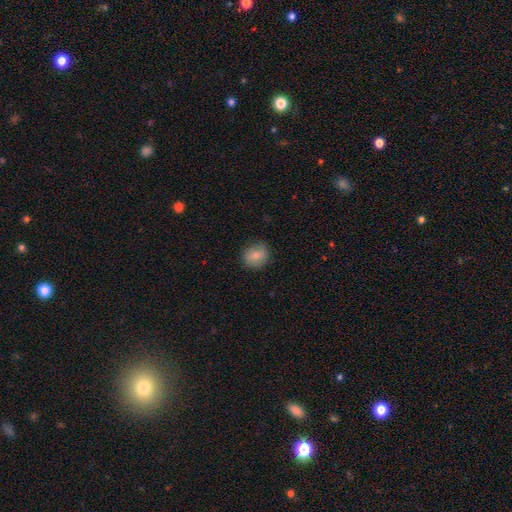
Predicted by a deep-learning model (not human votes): Smooth or featured? smooth (79%)
How rounded? round (78%)
Merging? none (83%)